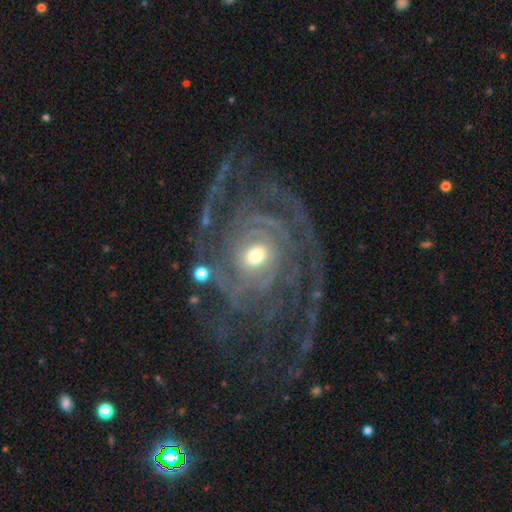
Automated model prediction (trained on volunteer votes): The model was most divided on "spiral arm count": can't tell: 25%, 2: 18%, 3: 17%, 4: 16%, more than 4: 14%, 1: 11%. More confident: edge-on disk — no (97%); spiral arms — yes (96%); smooth or featured — featured or disk (89%); bar — no (65%); merging — none (65%); spiral winding — tight (62%); bulge size — moderate (59%).